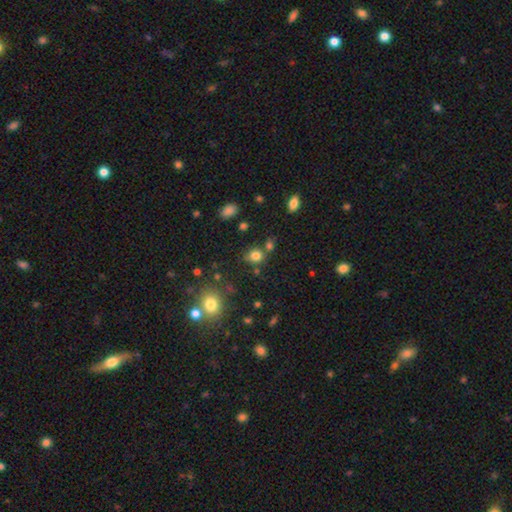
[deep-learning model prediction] Smooth or featured?
  - smooth: 79% *
  - star or artifact: 14%
  - featured or disk: 6%
How rounded?
  - round: 66% *
  - in between: 32%
  - cigar-shaped: 1%
Merging?
  - none: 66% *
  - merger: 15%
  - minor disturbance: 14%
  - major disturbance: 5%